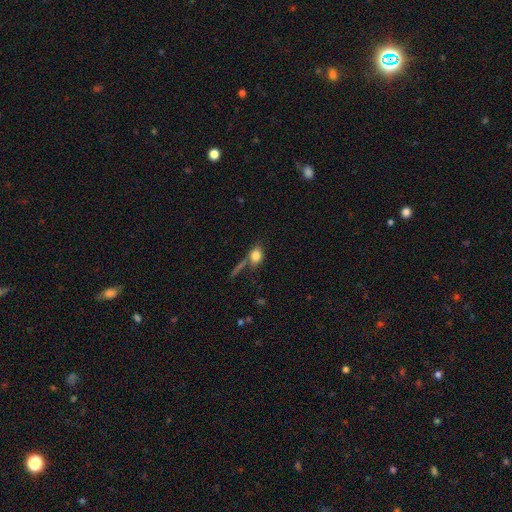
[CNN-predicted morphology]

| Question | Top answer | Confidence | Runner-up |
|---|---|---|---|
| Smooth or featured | smooth | 75% | featured or disk (14%) |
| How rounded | in between | 58% | round (35%) |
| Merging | none | 46% | merger (21%) |